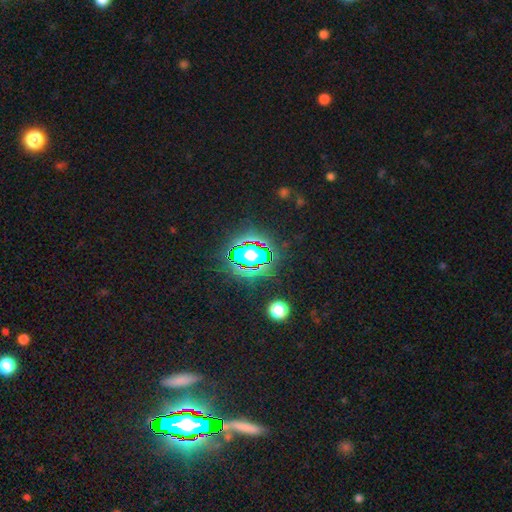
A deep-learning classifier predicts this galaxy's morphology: This appears to be a star or artifact, not a galaxy (77%).